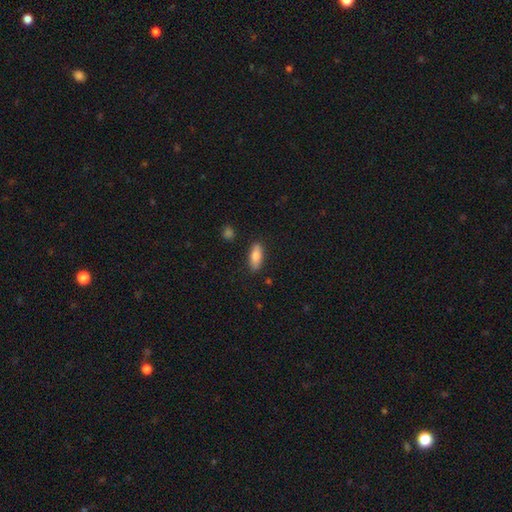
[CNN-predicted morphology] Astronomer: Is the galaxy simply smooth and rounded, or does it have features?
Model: smooth — 80%.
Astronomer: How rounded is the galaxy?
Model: in between — 73%.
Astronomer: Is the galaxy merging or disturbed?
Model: none — 86%.